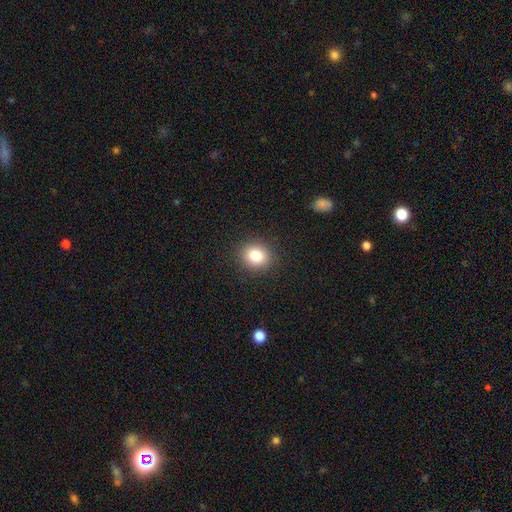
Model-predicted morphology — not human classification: Smooth or featured?
  - smooth: 82% *
  - star or artifact: 11%
  - featured or disk: 7%
How rounded?
  - round: 77% *
  - in between: 22%
  - cigar-shaped: 1%
Merging?
  - none: 90% *
  - minor disturbance: 6%
  - major disturbance: 2%
  - merger: 1%